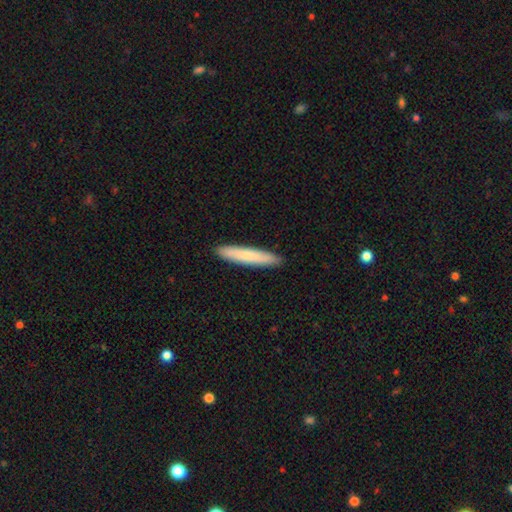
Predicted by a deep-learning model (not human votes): Smooth or featured?
  - smooth: 77% *
  - featured or disk: 18%
  - star or artifact: 5%
How rounded?
  - cigar-shaped: 91% *
  - in between: 7%
  - round: 1%
Merging?
  - none: 91% *
  - minor disturbance: 6%
  - major disturbance: 1%
  - merger: 1%